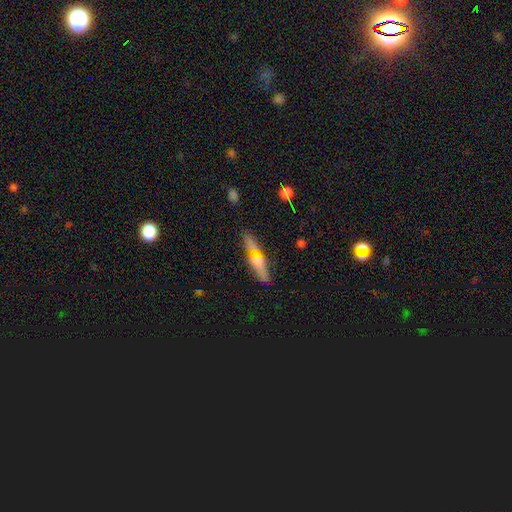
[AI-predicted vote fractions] Smooth or featured? Predicted: smooth (p=0.51). How rounded? Predicted: cigar-shaped (p=0.64). Merging? Predicted: none (p=0.79).